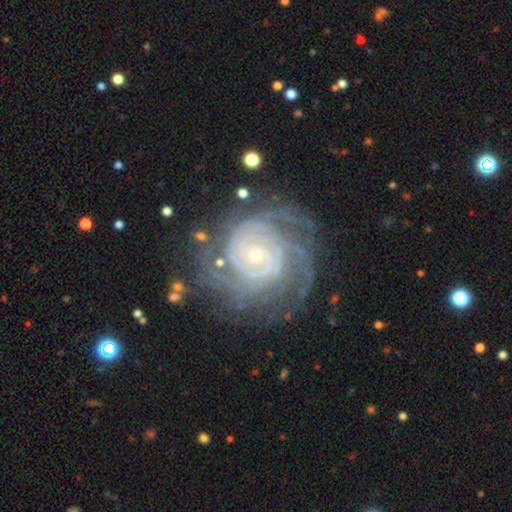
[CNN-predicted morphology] Smooth or featured? featured or disk (91%)
Edge-on disk? no (98%)
Bar? no (72%)
Spiral arms? yes (98%)
Spiral winding? tight (82%)
Spiral arm count? 4 (23%)
Bulge size? small (77%)
Merging? none (72%)